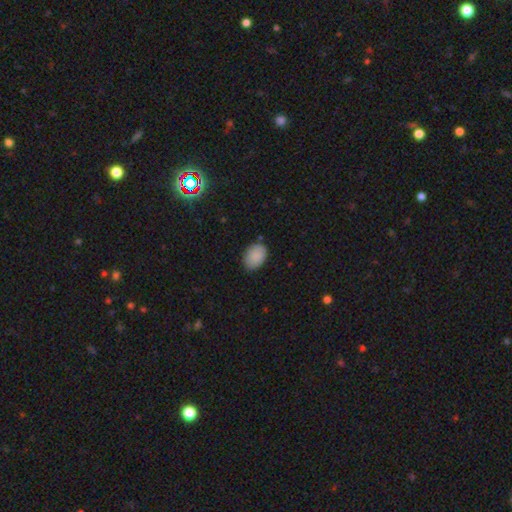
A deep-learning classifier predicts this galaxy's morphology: Smooth or featured: smooth — 88% (star or artifact — 7%)
How rounded: in between — 82% (round — 17%)
Merging: none — 79% (minor disturbance — 17%)